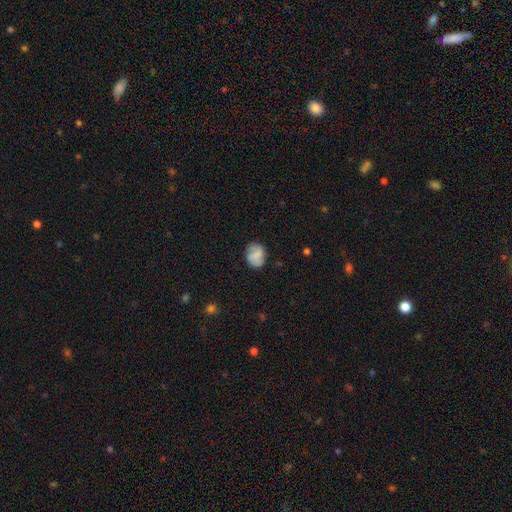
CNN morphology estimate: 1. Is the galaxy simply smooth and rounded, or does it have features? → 68% smooth, 23% featured or disk, 8% star or artifact.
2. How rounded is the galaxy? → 50% round, 49% in between, 1% cigar-shaped.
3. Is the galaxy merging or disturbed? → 75% none, 18% minor disturbance, 5% major disturbance, 2% merger.